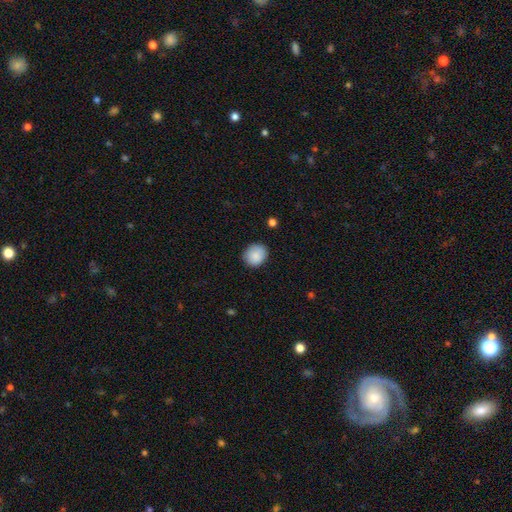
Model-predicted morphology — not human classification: This appears to be a smooth galaxy with no disk features (88%) that is round (80%). Merging: none (85%).